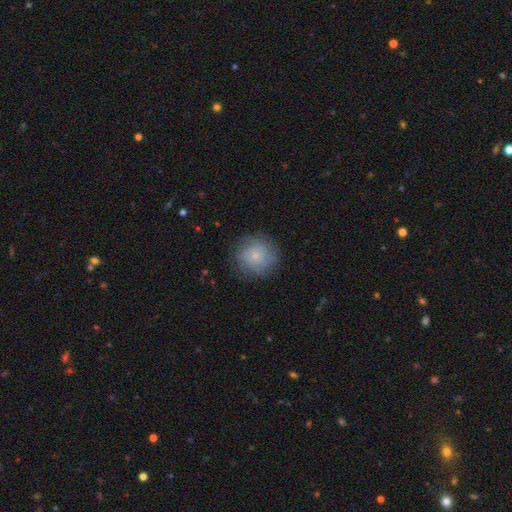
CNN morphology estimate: type=smooth (66%); roundness=round (92%); merging=none (81%).